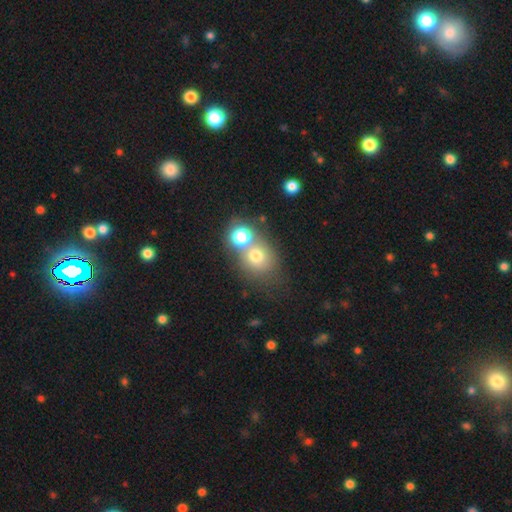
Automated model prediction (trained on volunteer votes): smooth_or_featured: smooth (p=0.68) [alt: featured or disk p=0.16]
how_rounded: round (p=0.69) [alt: in between p=0.30]
merging: merger (p=0.49) [alt: none p=0.37]